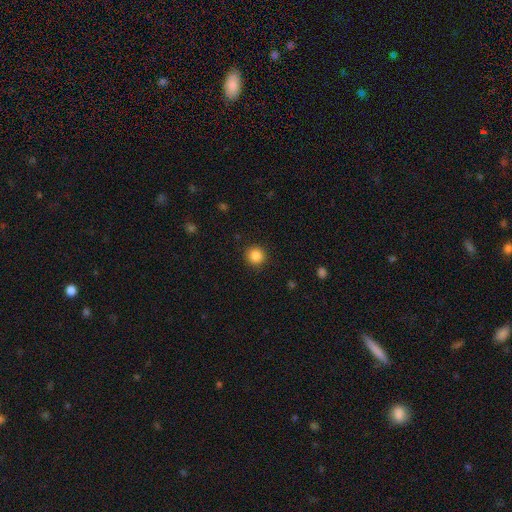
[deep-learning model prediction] The model was most divided on "smooth or featured": smooth: 87%, star or artifact: 10%, featured or disk: 4%. More confident: how rounded — round (94%); merging — none (91%).